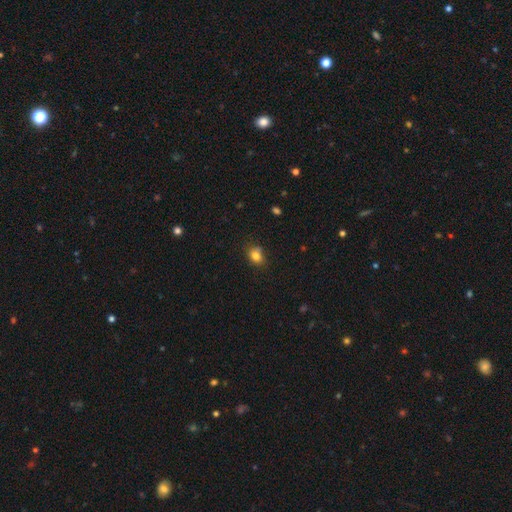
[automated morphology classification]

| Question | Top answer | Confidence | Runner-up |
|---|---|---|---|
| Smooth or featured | smooth | 82% | star or artifact (12%) |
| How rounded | round | 51% | in between (48%) |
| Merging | none | 68% | minor disturbance (22%) |